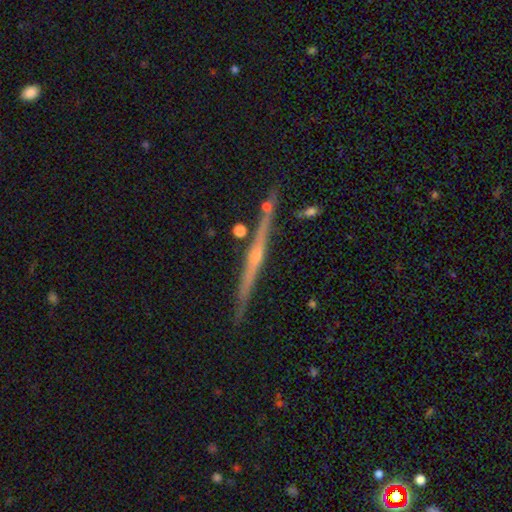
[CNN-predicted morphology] Smooth or featured? Predicted: featured or disk (p=0.83). Edge-on disk? Predicted: yes (p=0.98). Edge-on bulge? Predicted: rounded (p=0.76). Merging? Predicted: none (p=0.88).